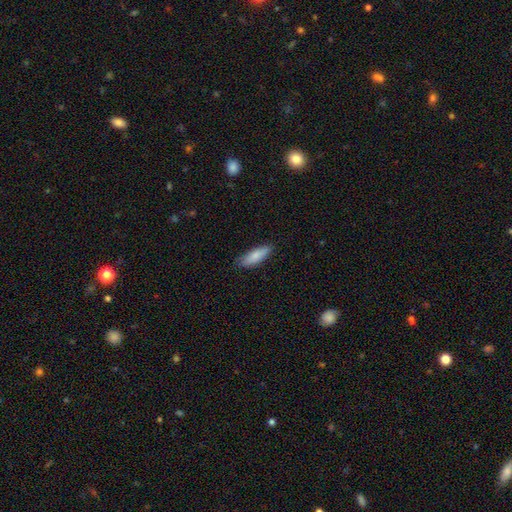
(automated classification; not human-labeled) Smooth or featured?
  - smooth: 82% *
  - featured or disk: 12%
  - star or artifact: 6%
How rounded?
  - in between: 54% *
  - cigar-shaped: 44%
  - round: 2%
Merging?
  - none: 81% *
  - minor disturbance: 15%
  - major disturbance: 2%
  - merger: 1%